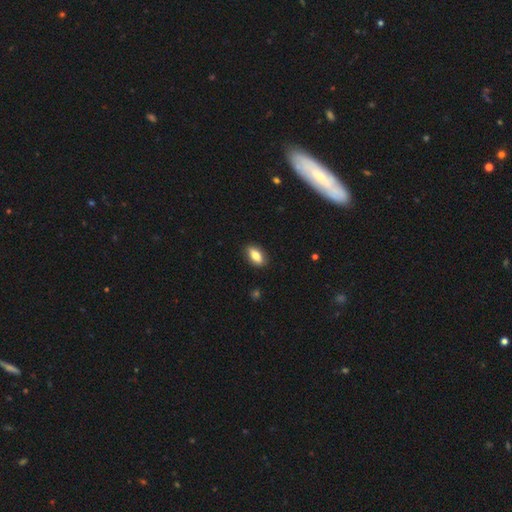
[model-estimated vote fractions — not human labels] This is likely a smooth galaxy (77%). How rounded: clearly in between (85%). Merging: clearly none (87%).